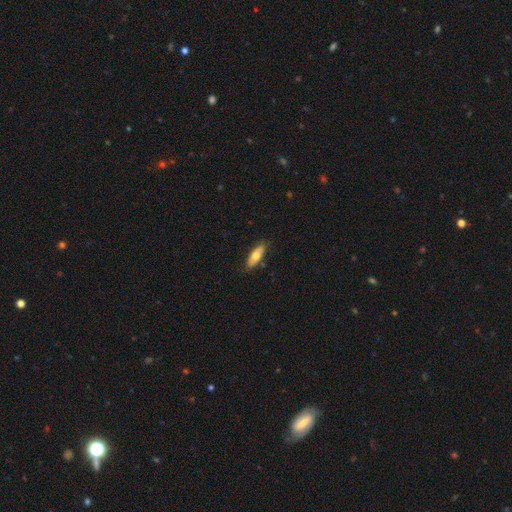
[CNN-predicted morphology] Overall: smooth (65%; featured or disk 30%). How rounded: in between (63%; cigar-shaped 34%). Merging: none (83%).